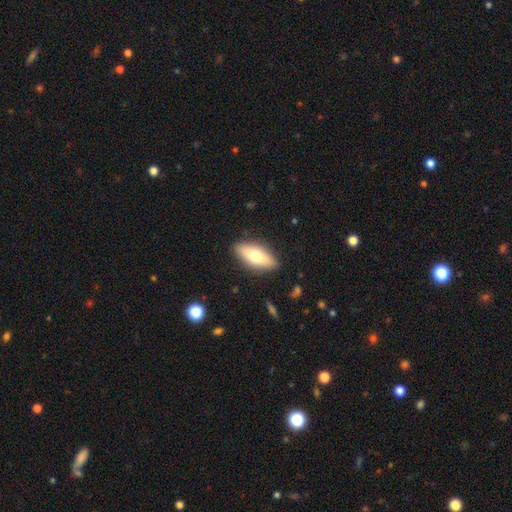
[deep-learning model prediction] smooth_or_featured: smooth (p=0.69) [alt: featured or disk p=0.25]
how_rounded: in between (p=0.75) [alt: cigar-shaped p=0.23]
merging: none (p=0.87) [alt: minor disturbance p=0.09]